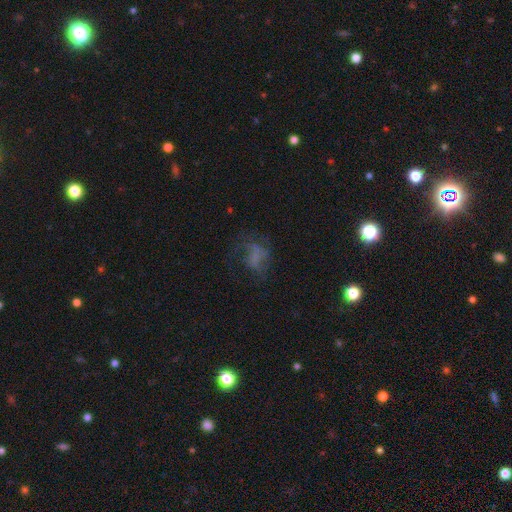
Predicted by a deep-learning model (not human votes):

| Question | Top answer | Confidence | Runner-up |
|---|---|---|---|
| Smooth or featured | featured or disk | 43% | smooth (36%) |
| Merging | none | 41% | major disturbance (37%) |